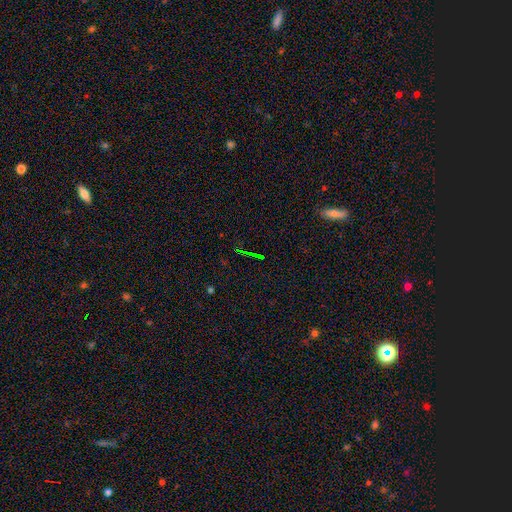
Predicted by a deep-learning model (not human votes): A star or artifact, not a galaxy (70%).